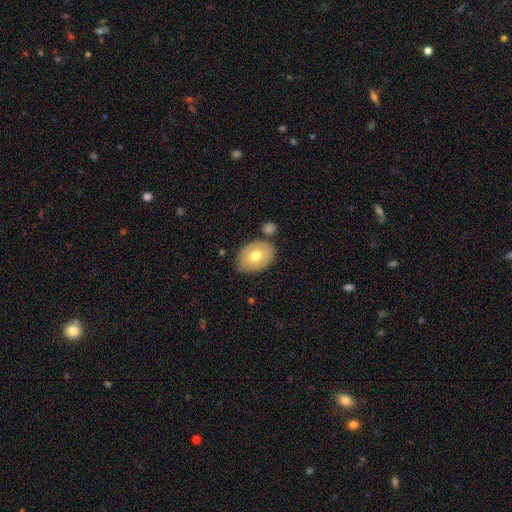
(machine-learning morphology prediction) Overall: smooth (66%; featured or disk 27%). How rounded: in between (68%; round 31%). Merging: none (73%).